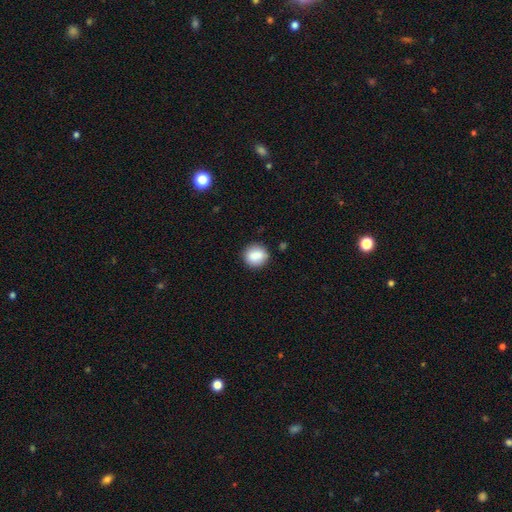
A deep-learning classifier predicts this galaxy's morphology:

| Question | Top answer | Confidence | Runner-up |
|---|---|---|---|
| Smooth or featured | smooth | 86% | star or artifact (8%) |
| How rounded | round | 78% | in between (20%) |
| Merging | none | 84% | minor disturbance (11%) |